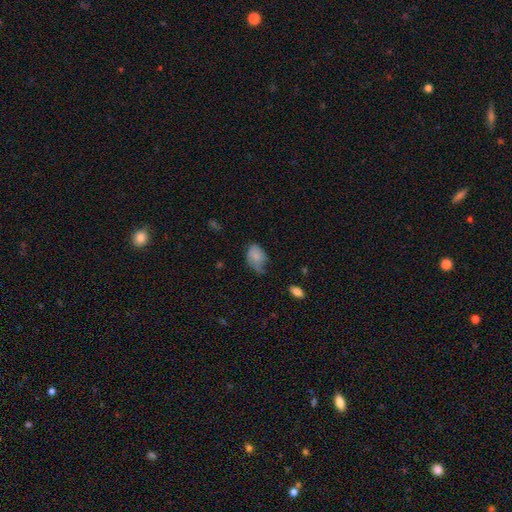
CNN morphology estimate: type=smooth (75%); roundness=in between (82%); merging=minor disturbance (43%).